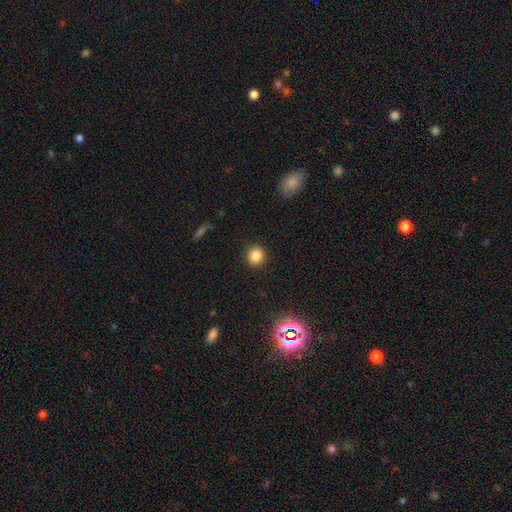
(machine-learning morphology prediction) smooth 85%, star or artifact 12%, featured or disk 4%. Down the decision tree: how rounded — round (82%); merging — none (90%).